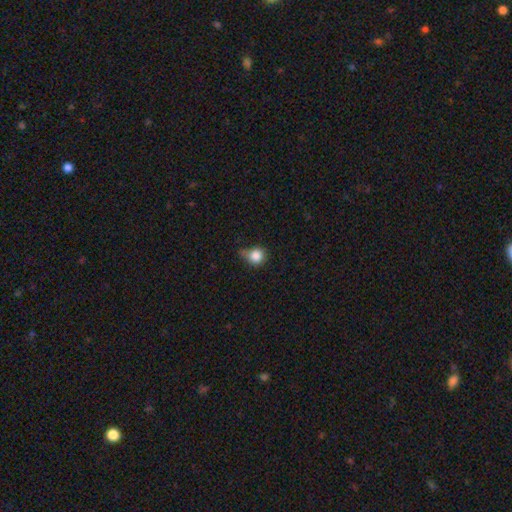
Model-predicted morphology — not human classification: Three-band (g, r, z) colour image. It shows a smooth galaxy with no disk features (84%) that is round (85%). Merging: none (44%).